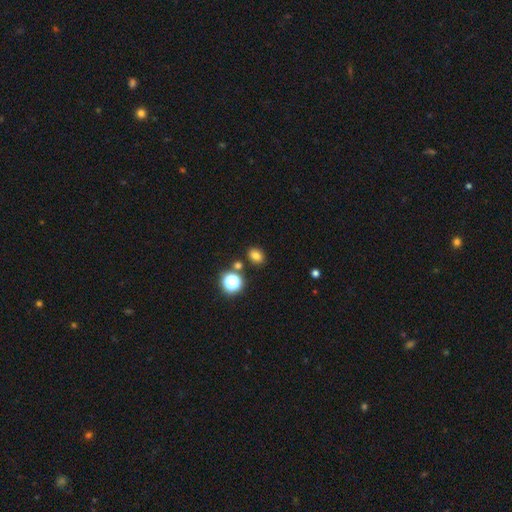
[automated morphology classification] A smooth galaxy with no disk features (76%) that is in between round and cigar-shaped (58%). Merging: none (82%).